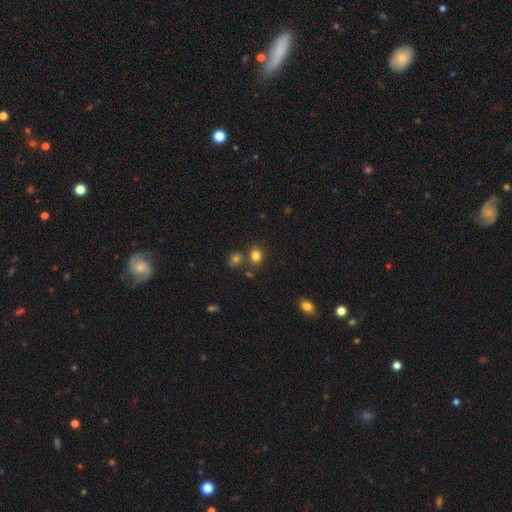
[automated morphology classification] Smooth or featured: smooth — 80% (star or artifact — 14%)
How rounded: round — 57% (in between — 42%)
Merging: none — 72% (merger — 14%)